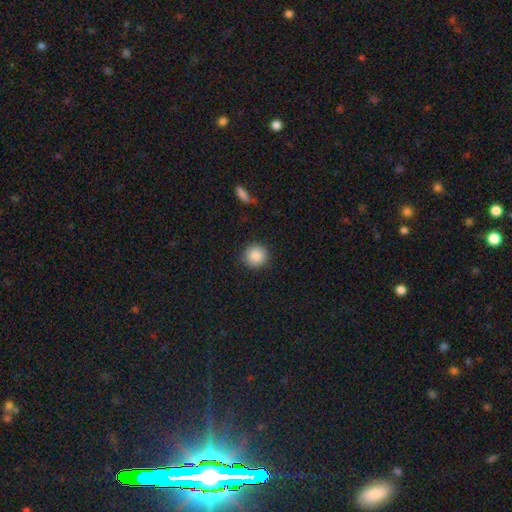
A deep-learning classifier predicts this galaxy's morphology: A smooth galaxy with no disk features (87%) that is round (93%). Merging: none (90%).